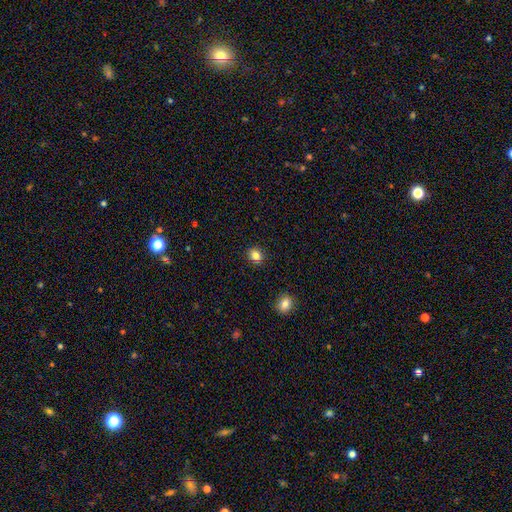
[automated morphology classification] Smooth or featured: smooth — 82% (star or artifact — 12%)
How rounded: round — 60% (in between — 39%)
Merging: none — 89% (minor disturbance — 8%)